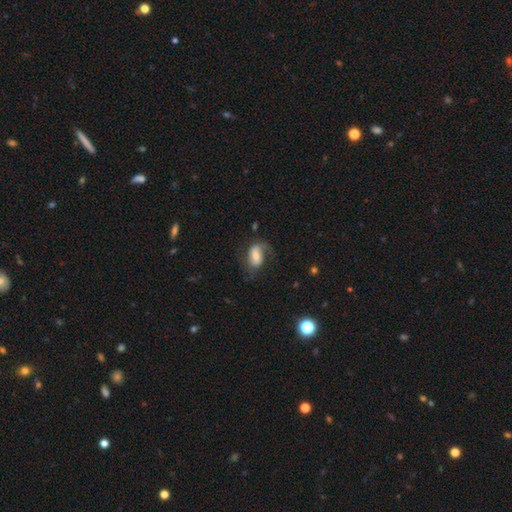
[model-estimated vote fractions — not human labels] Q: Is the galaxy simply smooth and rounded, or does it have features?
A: featured or disk — 48%.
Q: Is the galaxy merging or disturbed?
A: none — 54%.